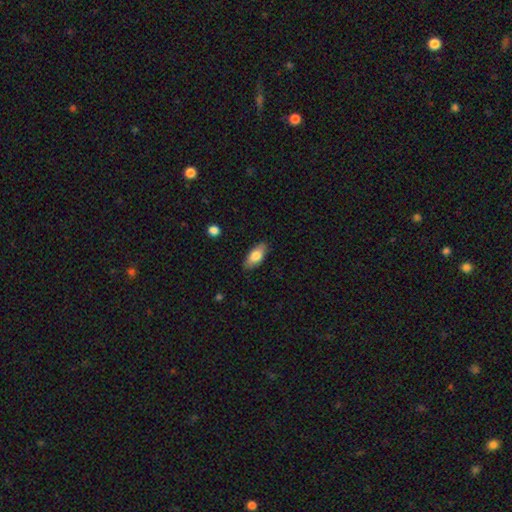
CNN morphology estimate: Smooth or featured: smooth — 78% (featured or disk — 16%)
How rounded: in between — 87% (cigar-shaped — 10%)
Merging: none — 86% (minor disturbance — 11%)